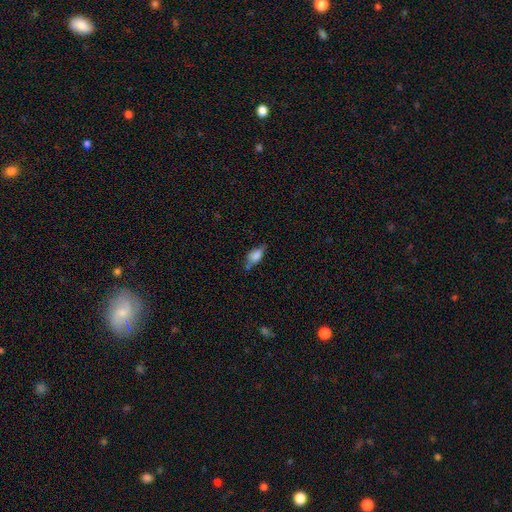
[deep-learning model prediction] A smooth galaxy with no disk features (73%) that is in between round and cigar-shaped (81%).

Vote fractions:
- Smooth or featured? smooth: 73% / featured or disk: 18% / star or artifact: 9%
- How rounded? in between: 81% / cigar-shaped: 14% / round: 5%
- Merging? none: 49% / minor disturbance: 31% / merger: 10% / major disturbance: 10%